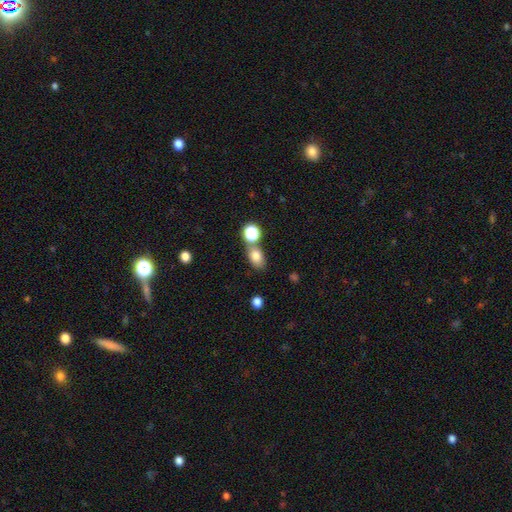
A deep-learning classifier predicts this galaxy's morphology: A smooth galaxy with no disk features (78%) that is in between round and cigar-shaped (75%). Merging: none (59%).